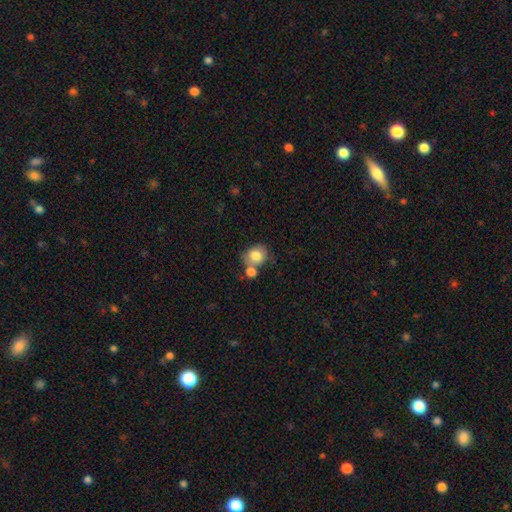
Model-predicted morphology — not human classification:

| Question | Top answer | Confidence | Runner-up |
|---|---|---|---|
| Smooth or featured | smooth | 79% | featured or disk (12%) |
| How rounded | round | 68% | in between (31%) |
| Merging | none | 51% | merger (31%) |